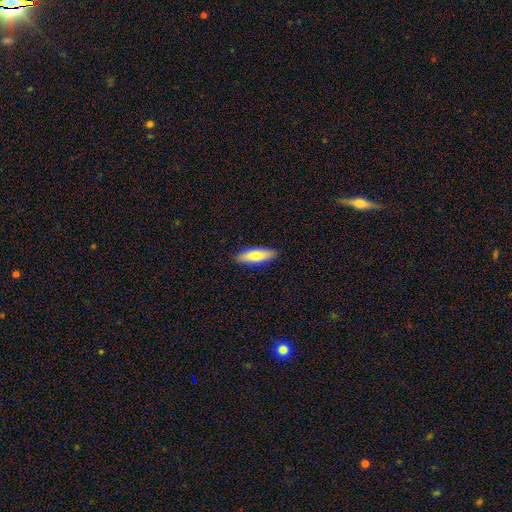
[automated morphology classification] smooth 77%, featured or disk 17%, star or artifact 6%. Down the decision tree: how rounded — in between (56%); merging — none (89%).